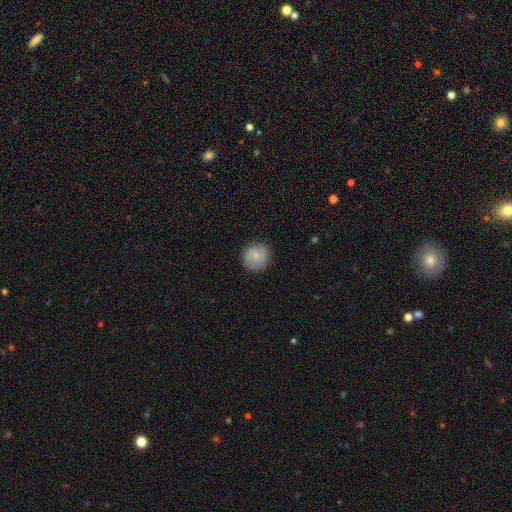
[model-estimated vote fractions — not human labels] smooth_or_featured: smooth (p=0.71) [alt: featured or disk p=0.22]
how_rounded: round (p=0.91) [alt: in between p=0.08]
merging: none (p=0.84) [alt: minor disturbance p=0.12]